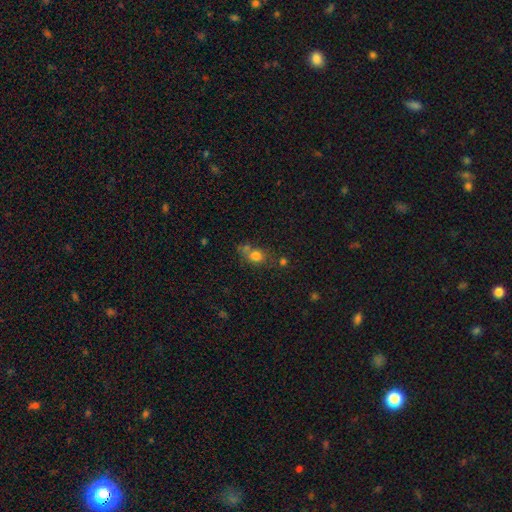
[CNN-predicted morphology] Smooth or featured: smooth — 75% (star or artifact — 14%)
How rounded: round — 58% (in between — 40%)
Merging: none — 50% (merger — 25%)